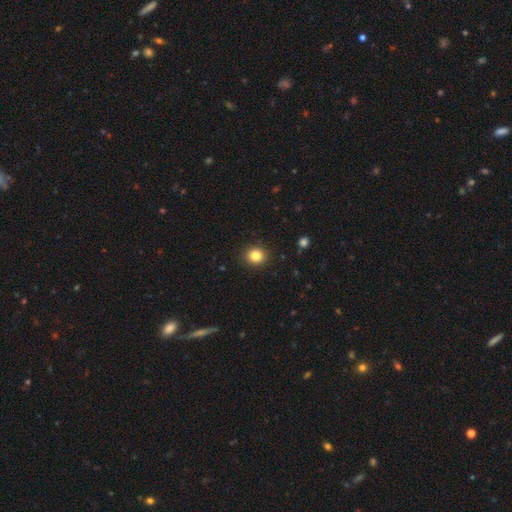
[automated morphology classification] A smooth galaxy with no disk features (83%) that is round (84%).

Vote fractions:
- Smooth or featured? smooth: 83% / star or artifact: 12% / featured or disk: 6%
- How rounded? round: 84% / in between: 16% / cigar-shaped: 1%
- Merging? none: 91% / minor disturbance: 6% / major disturbance: 2% / merger: 1%